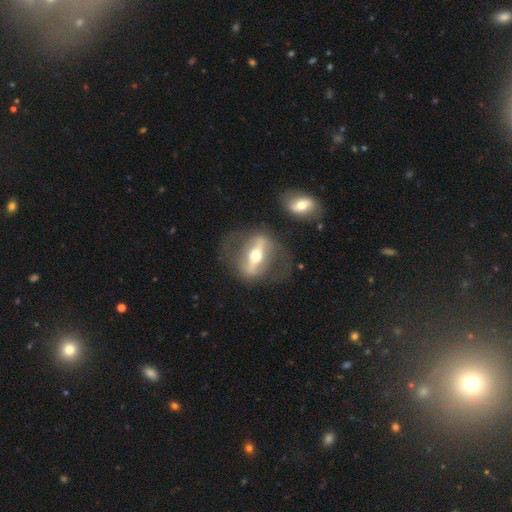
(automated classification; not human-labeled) Smooth or featured? Predicted: featured or disk (p=0.77). Edge-on disk? Predicted: no (p=0.66). Bar? Predicted: strong (p=0.78). Spiral arms? Predicted: no (p=0.63). Bulge size? Predicted: moderate (p=0.72). Merging? Predicted: none (p=0.67).